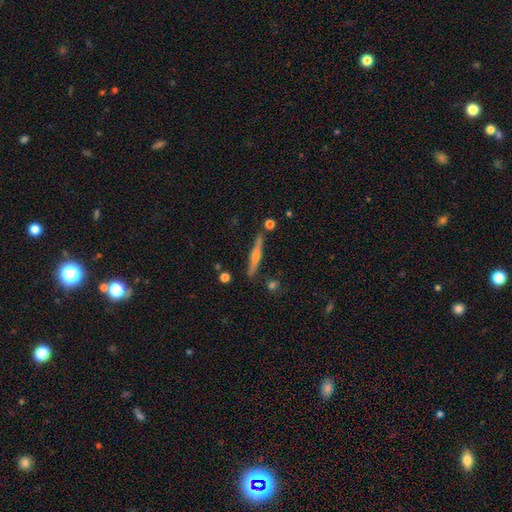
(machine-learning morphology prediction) This is likely a featured or disk galaxy (62%). It is clearly viewed edge-on (97%). Edge-on bulge: likely rounded (75%). Merging: clearly none (85%).